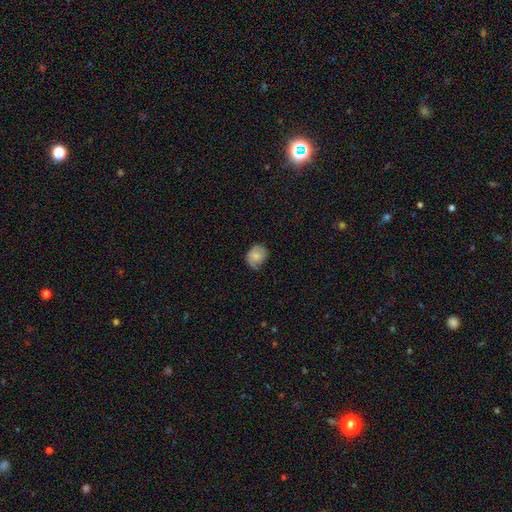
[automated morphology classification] The model was most divided on "how rounded": round: 61%, in between: 38%, cigar-shaped: 1%. More confident: smooth or featured — smooth (69%); merging — none (58%).